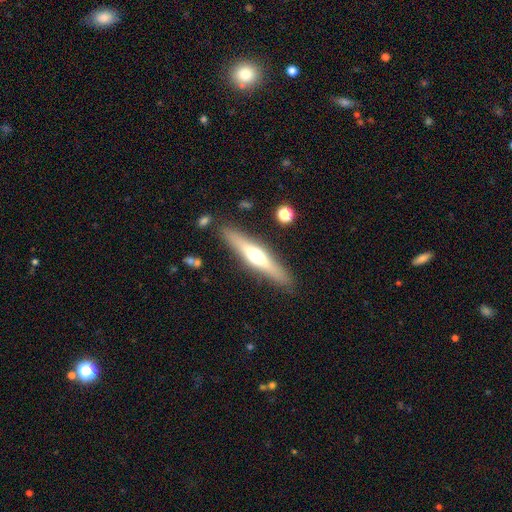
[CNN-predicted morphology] A featured or disk galaxy (61%) viewed edge-on (93%) with a rounded central bulge (89%). Merging: none (87%).